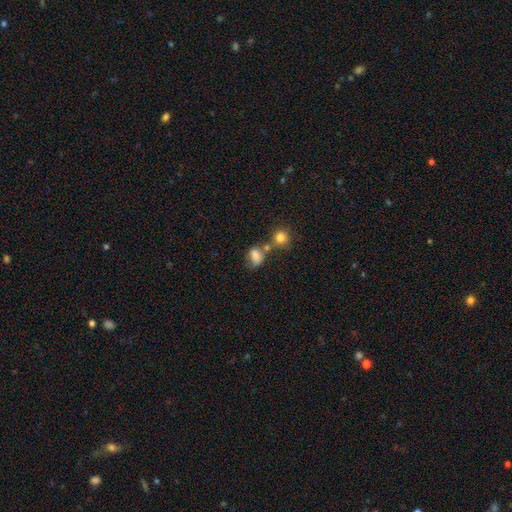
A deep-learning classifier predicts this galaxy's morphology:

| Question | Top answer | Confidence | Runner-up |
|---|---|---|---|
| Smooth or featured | smooth | 78% | star or artifact (12%) |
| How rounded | in between | 71% | round (27%) |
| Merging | none | 36% | merger (33%) |